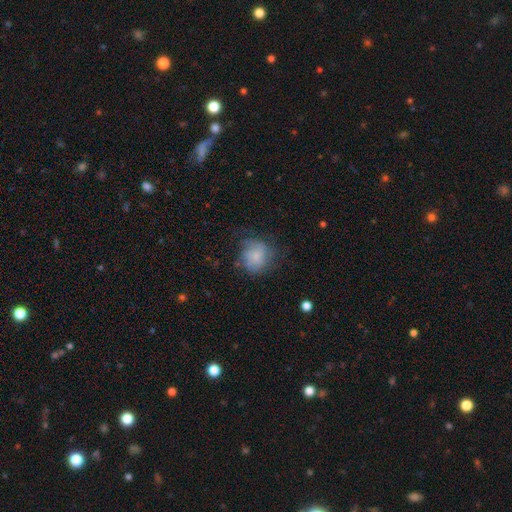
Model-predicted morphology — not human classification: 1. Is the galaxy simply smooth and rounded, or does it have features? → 63% smooth, 27% featured or disk, 9% star or artifact.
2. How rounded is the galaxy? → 81% round, 18% in between, 1% cigar-shaped.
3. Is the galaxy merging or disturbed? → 55% none, 28% minor disturbance, 15% major disturbance, 2% merger.